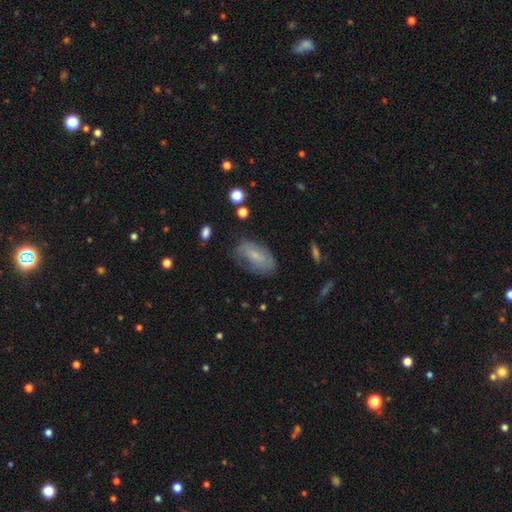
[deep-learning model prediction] smooth_or_featured: smooth (p=0.61) [alt: featured or disk p=0.31]
how_rounded: in between (p=0.90) [alt: round p=0.05]
merging: none (p=0.60) [alt: minor disturbance p=0.27]